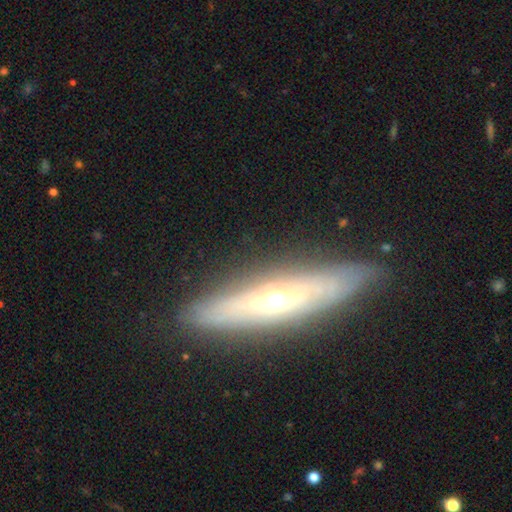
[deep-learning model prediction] Smooth or featured: featured or disk — 69% (smooth — 24%)
Edge-on disk: yes — 74% (no — 26%)
Edge-on bulge: rounded — 83% (none — 14%)
Merging: none — 85% (minor disturbance — 11%)